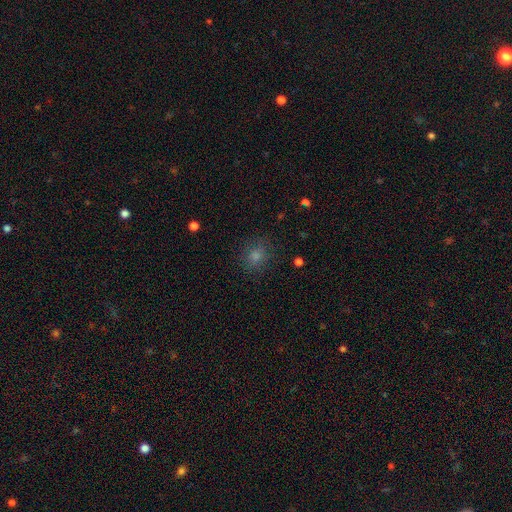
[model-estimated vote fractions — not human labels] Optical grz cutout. It shows a smooth galaxy with no disk features (70%) that is round (74%). Merging: none (86%).